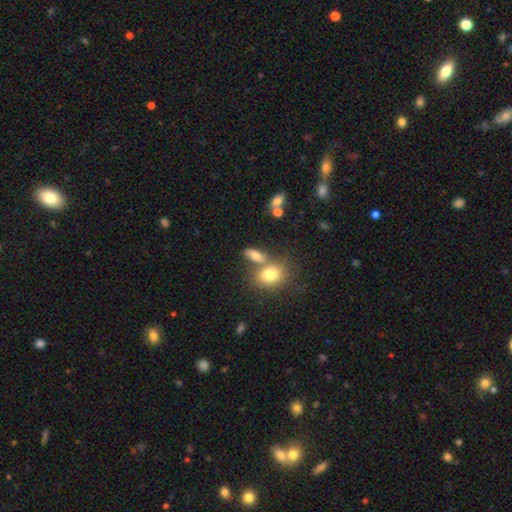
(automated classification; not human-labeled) Morphology: type=smooth (76%); roundness=in between (73%); merging=none (51%).